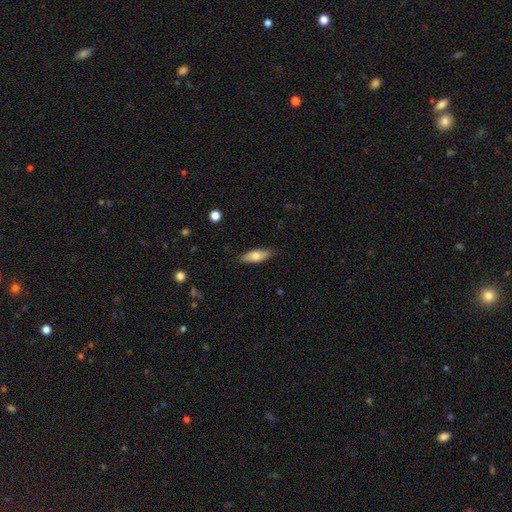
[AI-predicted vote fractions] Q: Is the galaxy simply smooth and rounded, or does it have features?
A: smooth — 69%.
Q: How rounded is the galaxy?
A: in between — 64%.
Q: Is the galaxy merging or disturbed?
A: none — 84%.